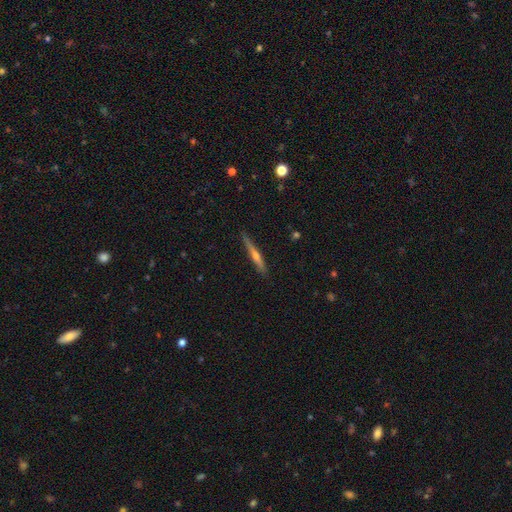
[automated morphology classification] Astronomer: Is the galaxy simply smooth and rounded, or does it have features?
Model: featured or disk — 65%.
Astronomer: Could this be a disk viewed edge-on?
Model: yes — 97%.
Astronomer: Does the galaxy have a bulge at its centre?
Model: rounded — 78%.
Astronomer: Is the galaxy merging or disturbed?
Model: none — 87%.